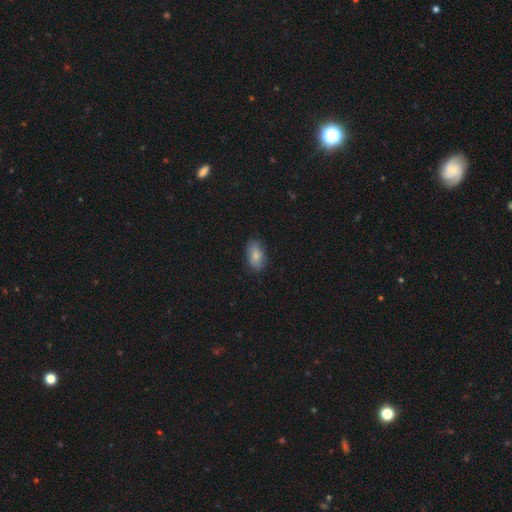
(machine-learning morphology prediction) The model was most divided on "merging": none: 80%, minor disturbance: 16%, major disturbance: 3%, merger: 1%. More confident: how rounded — in between (91%); smooth or featured — smooth (81%).